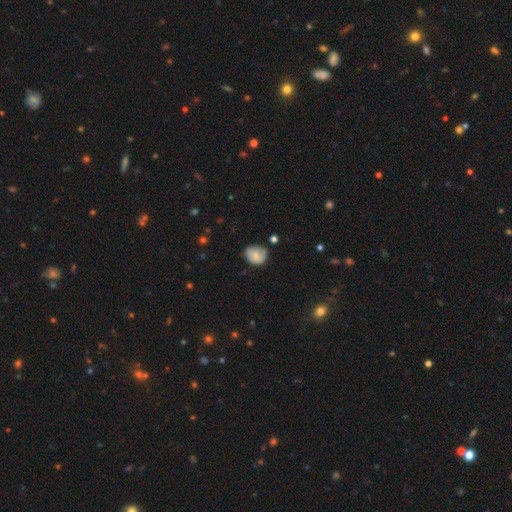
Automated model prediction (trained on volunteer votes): This is likely a smooth galaxy (72%). How rounded: possibly round (58%). Merging: likely none (64%).